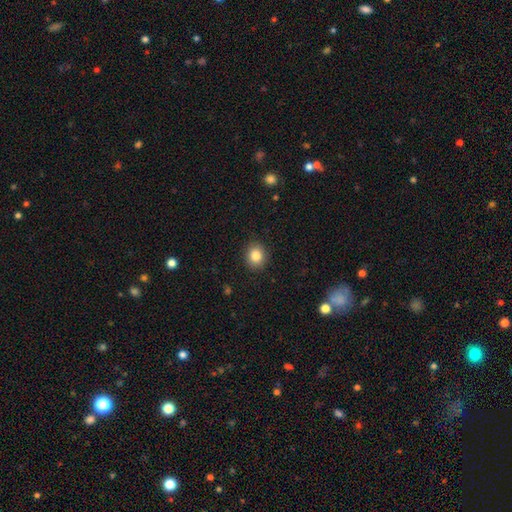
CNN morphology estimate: smooth_or_featured: smooth (p=0.84) [alt: star or artifact p=0.10]
how_rounded: round (p=0.70) [alt: in between p=0.29]
merging: none (p=0.90) [alt: minor disturbance p=0.07]